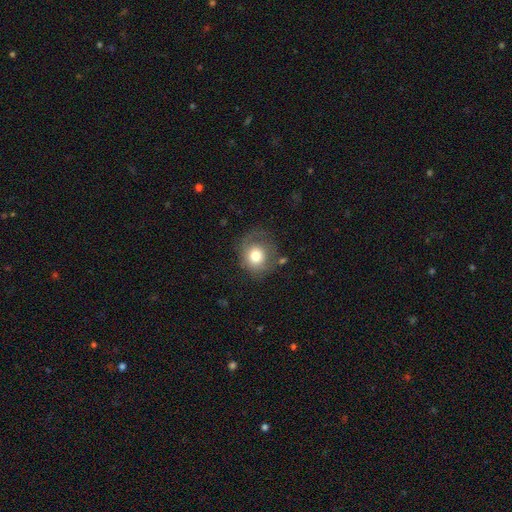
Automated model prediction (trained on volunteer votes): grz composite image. It shows a smooth galaxy with no disk features (70%) that is round (79%). Merging: none (54%).